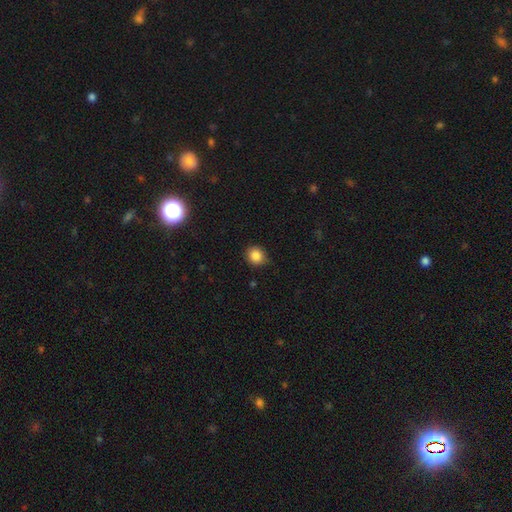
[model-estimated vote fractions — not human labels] Smooth or featured?
  - smooth: 85% *
  - star or artifact: 10%
  - featured or disk: 4%
How rounded?
  - round: 80% *
  - in between: 19%
  - cigar-shaped: 1%
Merging?
  - none: 81% *
  - minor disturbance: 15%
  - major disturbance: 3%
  - merger: 1%